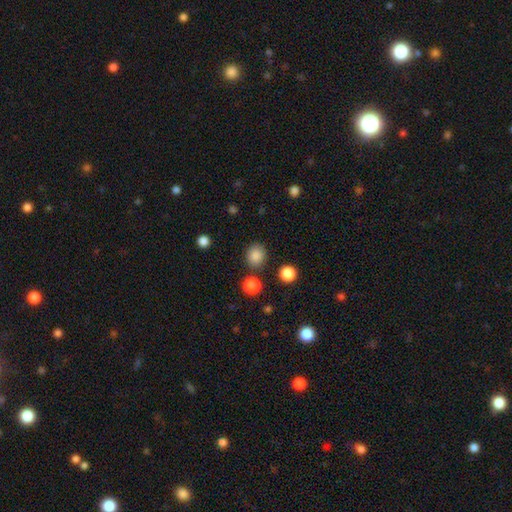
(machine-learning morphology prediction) Smooth or featured: smooth — 85% (star or artifact — 11%)
How rounded: round — 78% (in between — 22%)
Merging: none — 82% (minor disturbance — 9%)